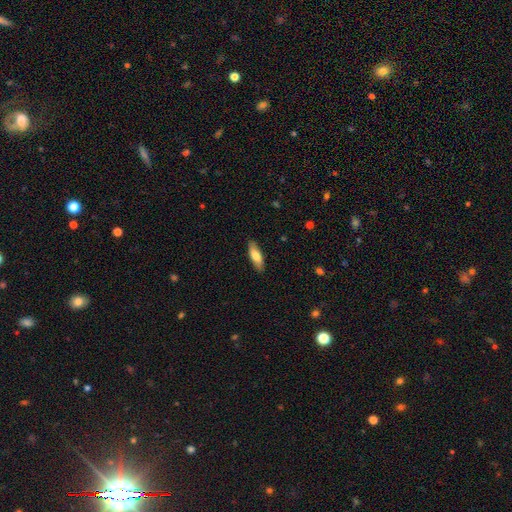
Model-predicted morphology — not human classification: This appears to be a smooth galaxy with no disk features (74%) that is in between round and cigar-shaped (52%). Merging: none (87%).